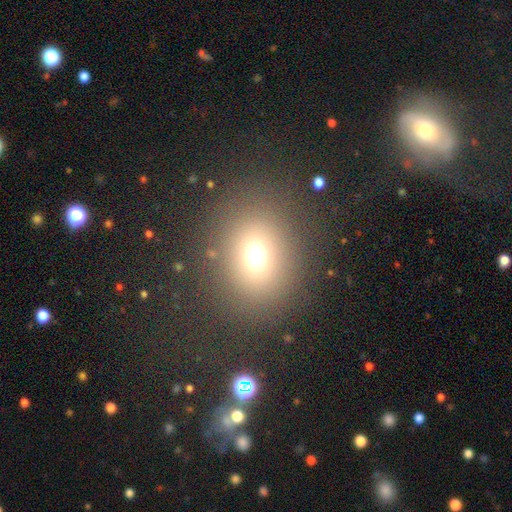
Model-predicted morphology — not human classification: This appears to be a smooth galaxy with no disk features (69%) that is round (60%). Merging: none (80%).